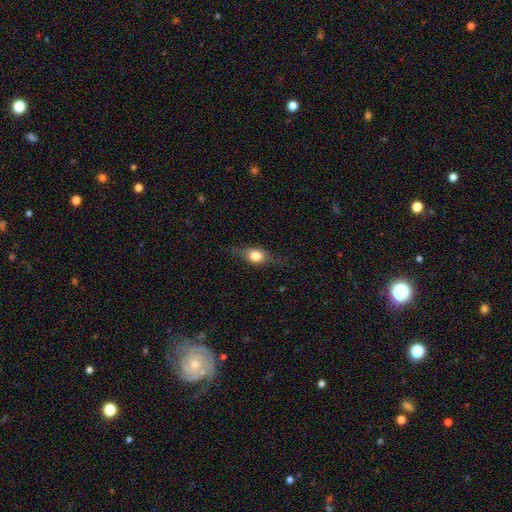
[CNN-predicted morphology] Smooth or featured: smooth — 61% (featured or disk — 30%)
How rounded: in between — 55% (round — 31%)
Merging: none — 74% (minor disturbance — 19%)